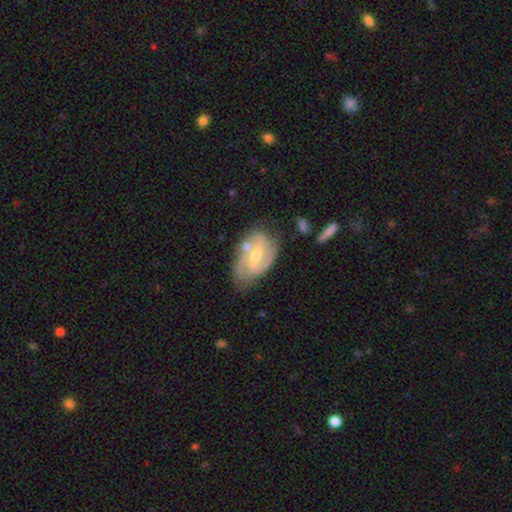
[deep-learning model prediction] A featured or disk galaxy (78%) with a weak bar (53%), 2 (68%) medium (45%) spiral arms (92%) and a moderate central bulge (48%, tied with small). Merging: none (60%).